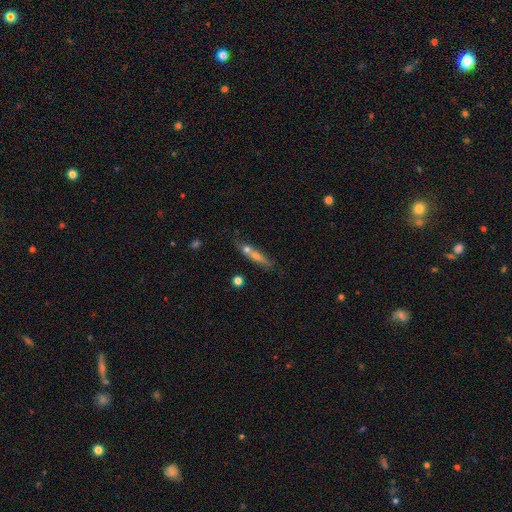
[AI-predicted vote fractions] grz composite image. It shows a smooth galaxy with no disk features (50%) that is cigar-shaped (75%). Merging: none (52%).